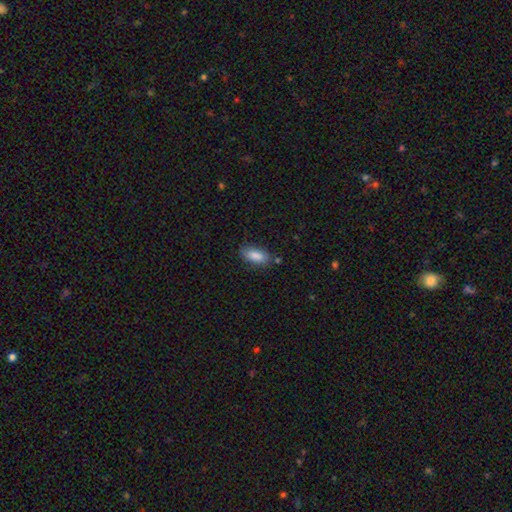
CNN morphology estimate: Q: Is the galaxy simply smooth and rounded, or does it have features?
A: smooth — 87%.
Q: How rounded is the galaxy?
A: in between — 86%.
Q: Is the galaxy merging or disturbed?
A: none — 76%.